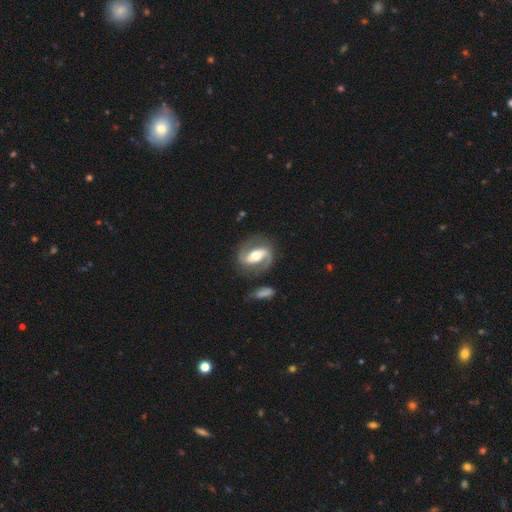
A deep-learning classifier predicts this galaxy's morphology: A featured or disk galaxy (87%) with a strong bar (51%), 2 (91%) medium (54%) spiral arms (95%) and a moderate central bulge (70%).

Vote fractions:
- Smooth or featured? featured or disk: 87% / smooth: 9% / star or artifact: 4%
- Edge-on disk? no: 97% / yes: 3%
- Bar? strong: 51% / weak: 30% / no: 19%
- Spiral arms? yes: 95% / no: 5%
- Spiral winding? medium: 54% / loose: 25% / tight: 21%
- Spiral arm count? 2: 91% / 1: 4% / can't tell: 2% / 3: 1% / 4: 1% / more than 4: 1%
- Bulge size? moderate: 70% / small: 14% / large: 13% / dominant: 1% / none: 1%
- Merging? none: 77% / minor disturbance: 13% / major disturbance: 6% / merger: 4%